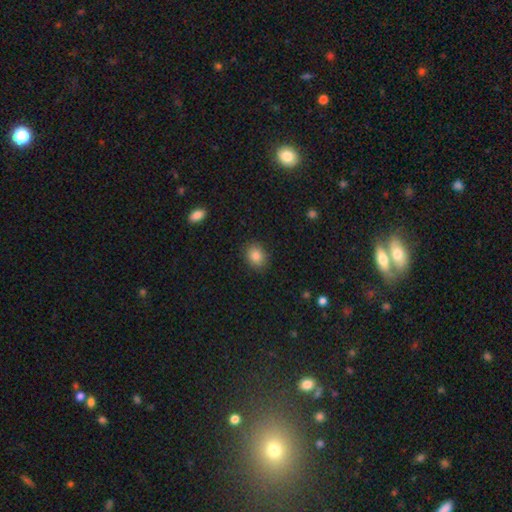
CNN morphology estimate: Overall: smooth (85%). How rounded: round (51%; in between 48%). Merging: none (87%).